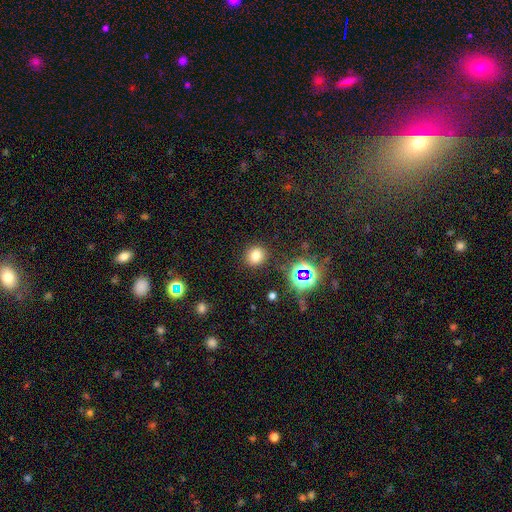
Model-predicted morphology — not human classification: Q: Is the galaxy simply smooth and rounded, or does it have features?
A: smooth — 73%.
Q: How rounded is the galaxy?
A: round — 78%.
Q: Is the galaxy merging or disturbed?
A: none — 87%.